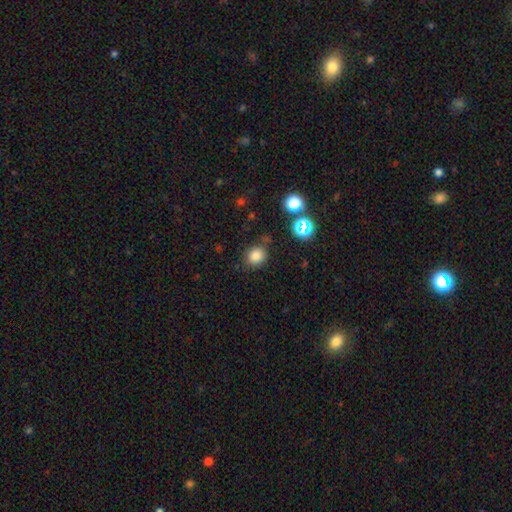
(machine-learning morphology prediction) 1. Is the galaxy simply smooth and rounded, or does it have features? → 79% smooth, 16% star or artifact, 5% featured or disk.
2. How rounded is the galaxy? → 76% round, 23% in between, 1% cigar-shaped.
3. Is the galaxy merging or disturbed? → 78% none, 13% minor disturbance, 5% merger, 4% major disturbance.